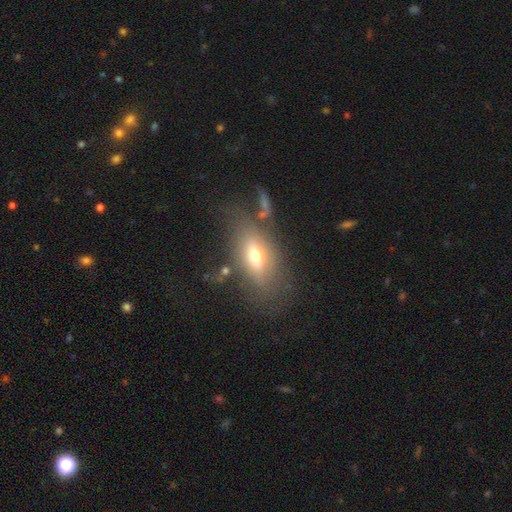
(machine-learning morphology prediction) This appears to be a smooth galaxy with no disk features (60%) that is in between round and cigar-shaped (82%). Merging: none (58%).